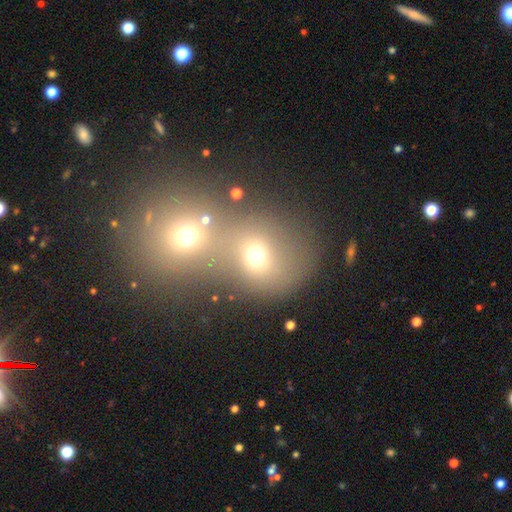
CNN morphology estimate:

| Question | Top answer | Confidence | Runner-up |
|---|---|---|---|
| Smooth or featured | smooth | 65% | star or artifact (18%) |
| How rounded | round | 68% | in between (31%) |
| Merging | merger | 68% | none (21%) |